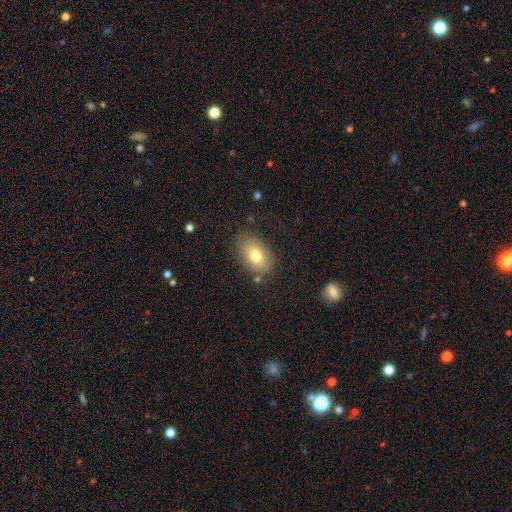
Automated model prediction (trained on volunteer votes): A smooth galaxy with no disk features (76%) that is in between round and cigar-shaped (88%).

Vote fractions:
- Smooth or featured? smooth: 76% / featured or disk: 15% / star or artifact: 9%
- How rounded? in between: 88% / round: 11% / cigar-shaped: 1%
- Merging? none: 80% / minor disturbance: 14% / major disturbance: 4% / merger: 3%